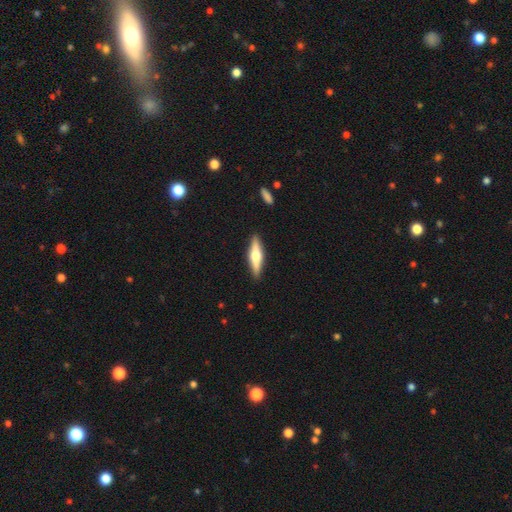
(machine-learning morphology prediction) Smooth or featured? featured or disk (58%)
Edge-on disk? yes (95%)
Edge-on bulge? rounded (93%)
Merging? none (90%)